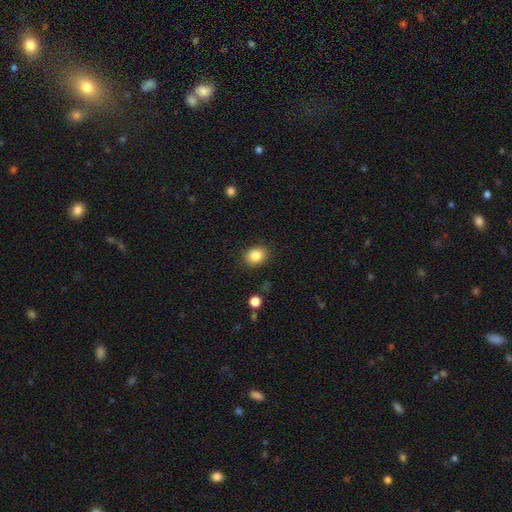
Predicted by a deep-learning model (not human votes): smooth 85%, star or artifact 9%, featured or disk 6%. Down the decision tree: how rounded — in between (52%); merging — none (87%).